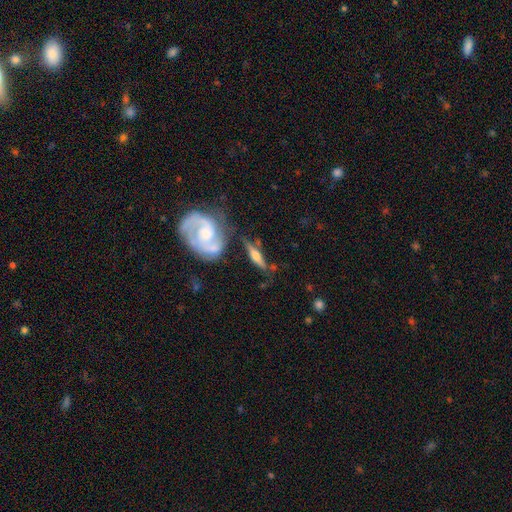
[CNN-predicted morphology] Smooth or featured? featured or disk (68%)
Edge-on disk? yes (83%)
Edge-on bulge? rounded (90%)
Merging? none (63%)